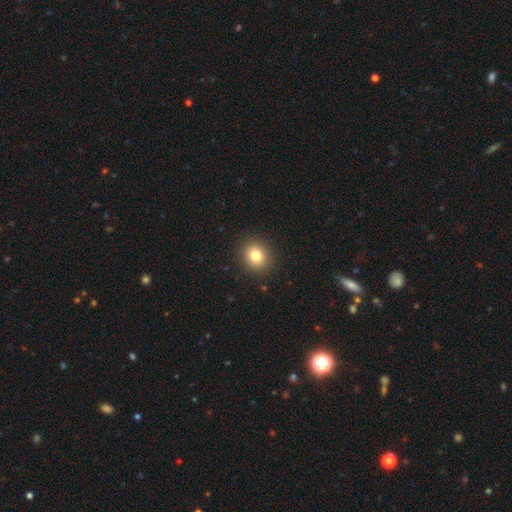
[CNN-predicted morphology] Smooth or featured?
  - smooth: 81% *
  - star or artifact: 11%
  - featured or disk: 8%
How rounded?
  - round: 78% *
  - in between: 22%
  - cigar-shaped: 1%
Merging?
  - none: 91% *
  - minor disturbance: 6%
  - major disturbance: 2%
  - merger: 1%